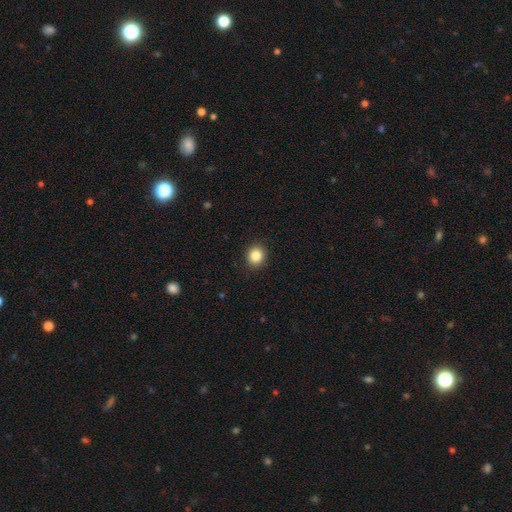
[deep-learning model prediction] A smooth galaxy with no disk features (84%) that is round (85%).

Vote fractions:
- Smooth or featured? smooth: 84% / star or artifact: 11% / featured or disk: 5%
- How rounded? round: 85% / in between: 14% / cigar-shaped: 1%
- Merging? none: 91% / minor disturbance: 6% / major disturbance: 2% / merger: 1%